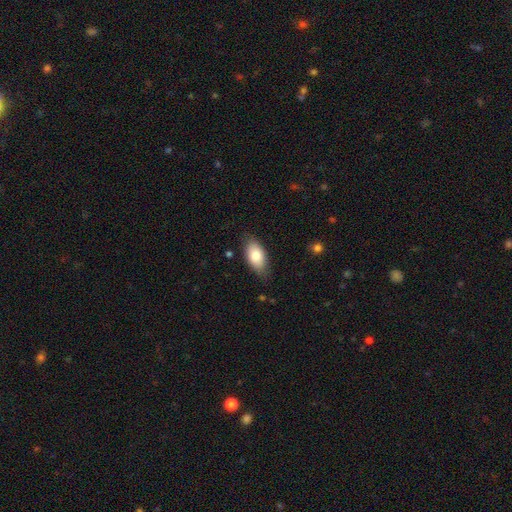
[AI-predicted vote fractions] This is clearly a smooth galaxy (80%). How rounded: clearly in between (92%). Merging: likely none (79%).